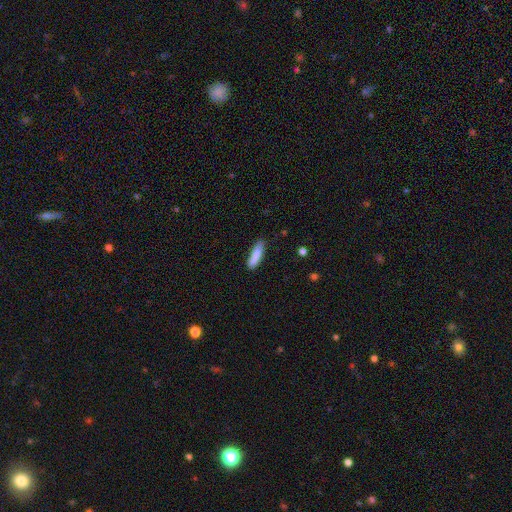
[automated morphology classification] type=smooth (86%); roundness=cigar-shaped (73%); merging=none (79%).